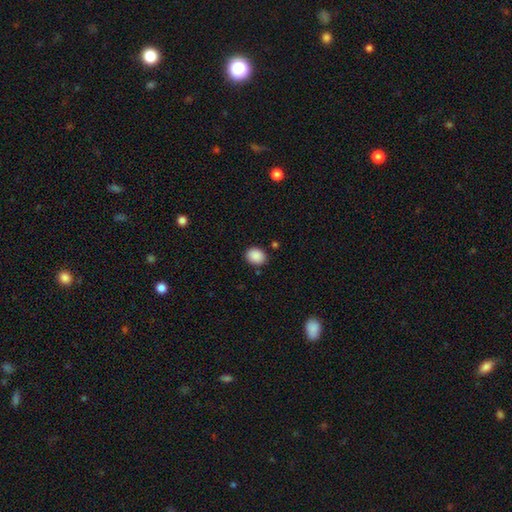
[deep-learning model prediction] This is clearly a smooth galaxy (89%). How rounded: possibly round (55%). Merging: clearly none (85%).